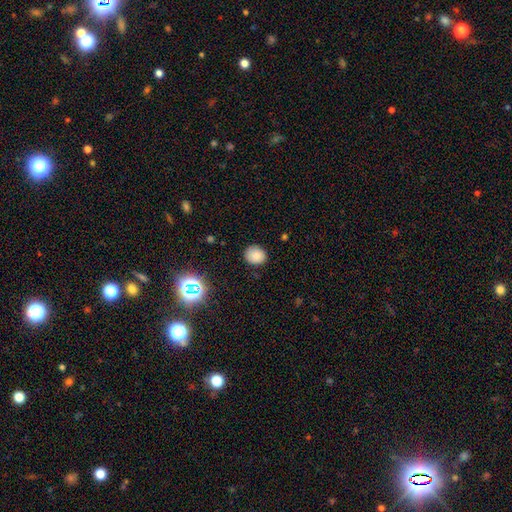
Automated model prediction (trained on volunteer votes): Smooth or featured: smooth — 81% (star or artifact — 13%)
How rounded: round — 75% (in between — 24%)
Merging: none — 86% (minor disturbance — 10%)